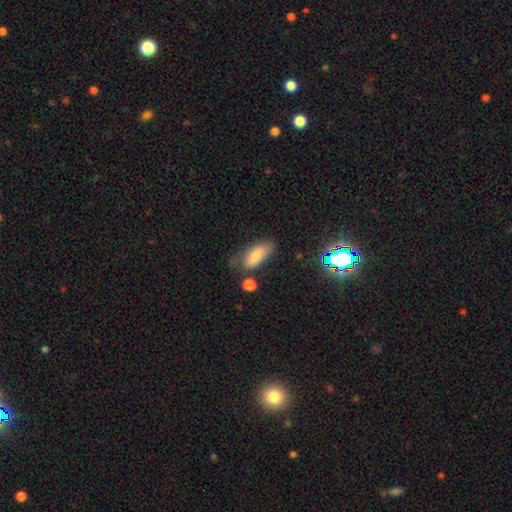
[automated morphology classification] Smooth or featured? smooth (77%)
How rounded? in between (84%)
Merging? none (53%)